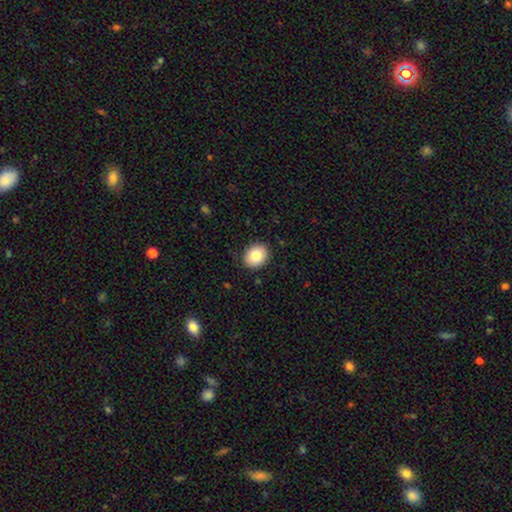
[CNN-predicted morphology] Q: Smooth or featured?
A: smooth (81%); runner-up: featured or disk (10%)
Q: How rounded?
A: round (64%); runner-up: in between (35%)
Q: Merging?
A: none (87%); runner-up: minor disturbance (10%)